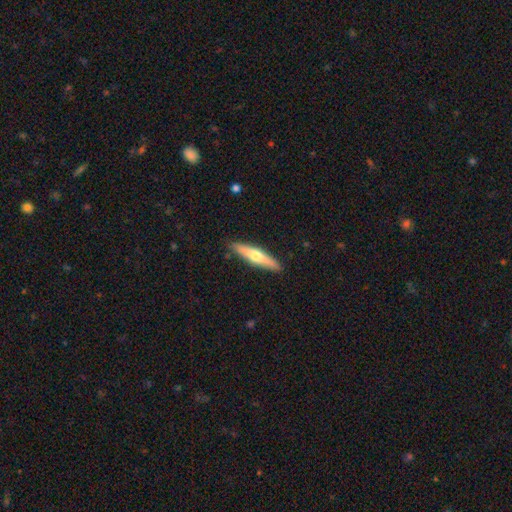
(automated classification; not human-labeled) smooth 49%, featured or disk 46%, star or artifact 5%. Down the decision tree: merging — none (88%).